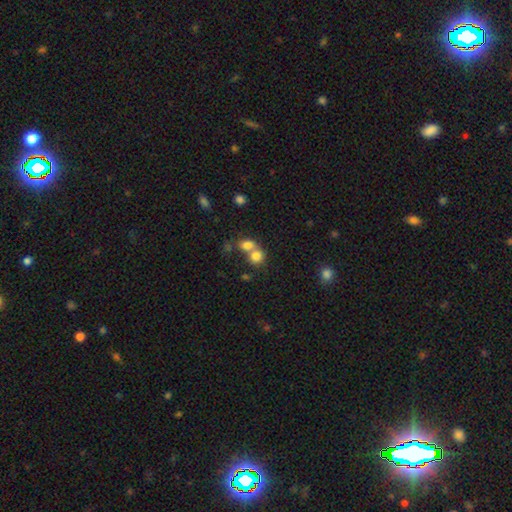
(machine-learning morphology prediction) This appears to be a smooth galaxy with no disk features (78%) that is round (71%). Merging: merger (58%).